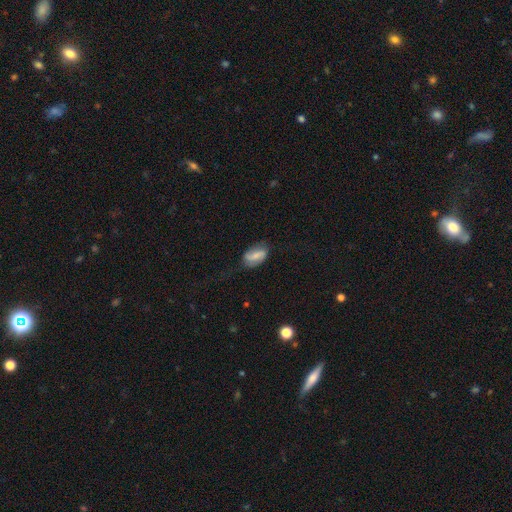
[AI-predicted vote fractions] Smooth or featured: featured or disk — 48% (smooth — 44%)
Merging: none — 61% (minor disturbance — 25%)